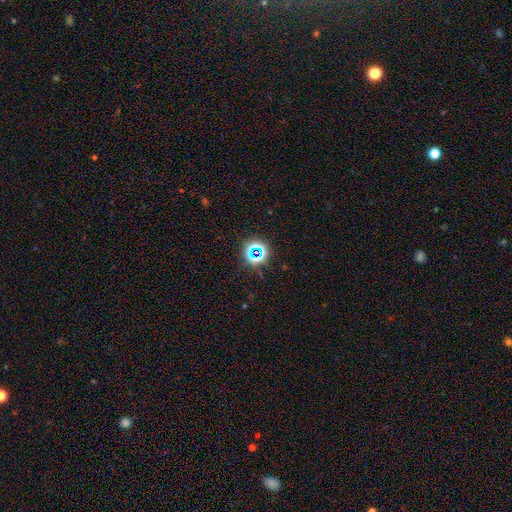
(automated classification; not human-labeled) This appears to be a star or artifact, not a galaxy (63%).